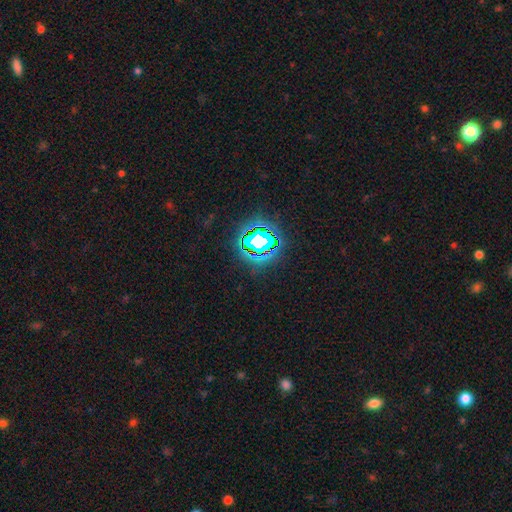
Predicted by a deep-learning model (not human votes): A star or artifact, not a galaxy (83%).